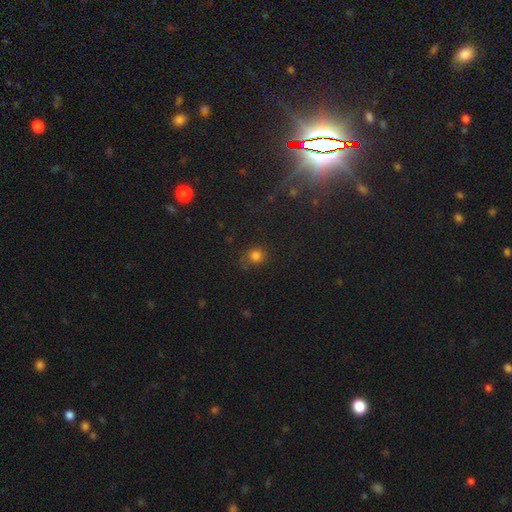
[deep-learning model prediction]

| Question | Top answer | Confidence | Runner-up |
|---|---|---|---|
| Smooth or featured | smooth | 78% | star or artifact (16%) |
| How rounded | round | 84% | in between (15%) |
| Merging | none | 73% | minor disturbance (17%) |